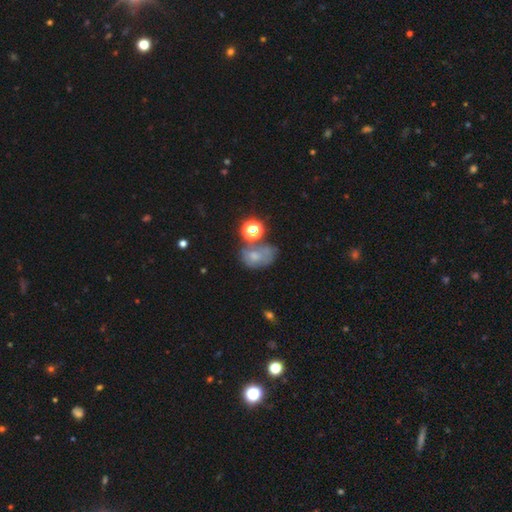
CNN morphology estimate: Overall: smooth (55%; featured or disk 24%). How rounded: in between (66%; round 32%). Merging: none (32%; merger 24%).